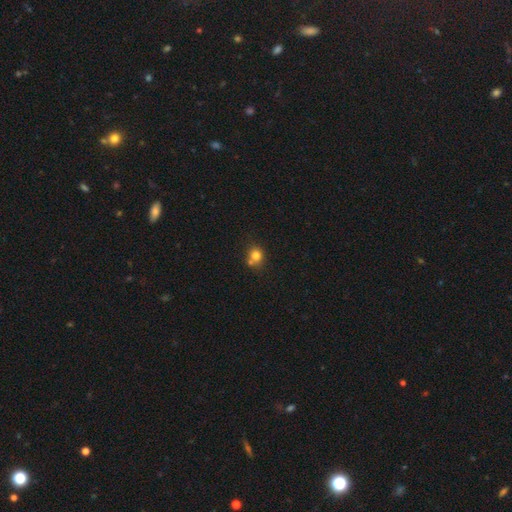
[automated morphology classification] Smooth or featured?
  - smooth: 78% *
  - star or artifact: 12%
  - featured or disk: 9%
How rounded?
  - round: 78% *
  - in between: 21%
  - cigar-shaped: 1%
Merging?
  - none: 56% *
  - merger: 28%
  - minor disturbance: 12%
  - major disturbance: 4%